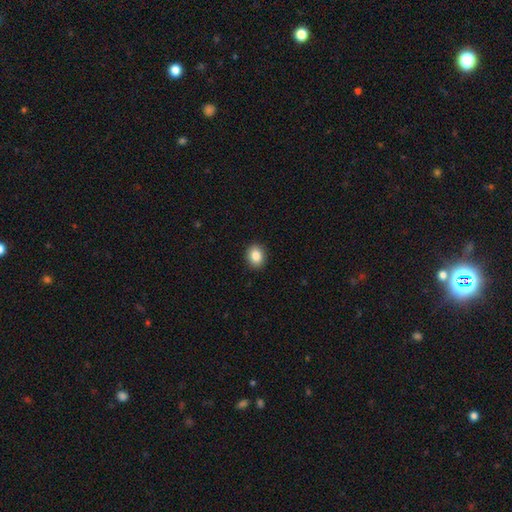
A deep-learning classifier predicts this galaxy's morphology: Smooth or featured?
  - smooth: 86% *
  - star or artifact: 9%
  - featured or disk: 5%
How rounded?
  - round: 58% *
  - in between: 41%
  - cigar-shaped: 1%
Merging?
  - none: 91% *
  - minor disturbance: 6%
  - major disturbance: 2%
  - merger: 1%